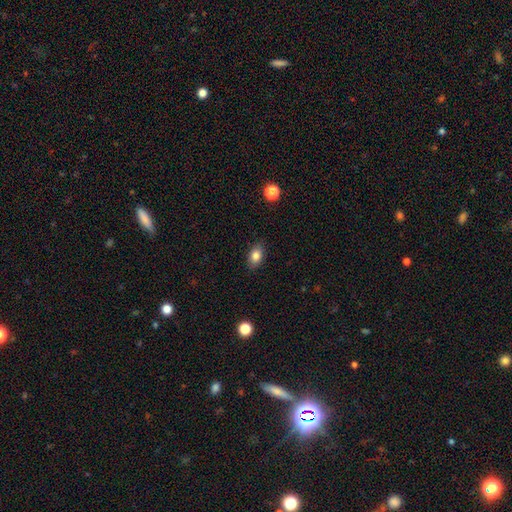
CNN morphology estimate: Smooth or featured? Predicted: smooth (p=0.82). How rounded? Predicted: in between (p=0.85). Merging? Predicted: none (p=0.87).